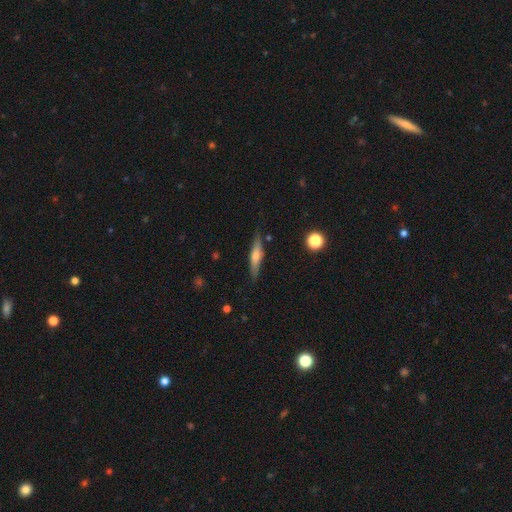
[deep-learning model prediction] Smooth or featured: featured or disk — 53% (smooth — 40%)
Edge-on disk: yes — 94% (no — 6%)
Merging: none — 84% (minor disturbance — 11%)